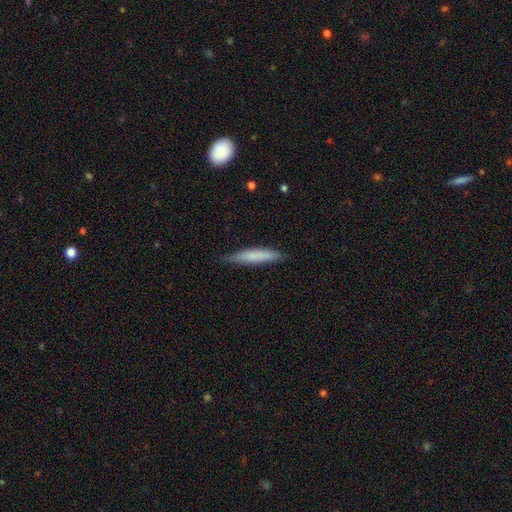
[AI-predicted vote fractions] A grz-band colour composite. It shows a smooth galaxy with no disk features (73%) that is cigar-shaped (91%). Merging: none (81%).